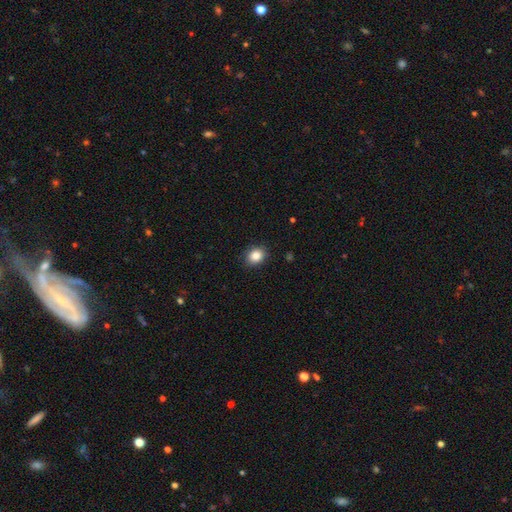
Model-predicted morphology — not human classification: smooth_or_featured: smooth (p=0.86) [alt: star or artifact p=0.09]
how_rounded: in between (p=0.51) [alt: round p=0.48]
merging: none (p=0.88) [alt: minor disturbance p=0.09]